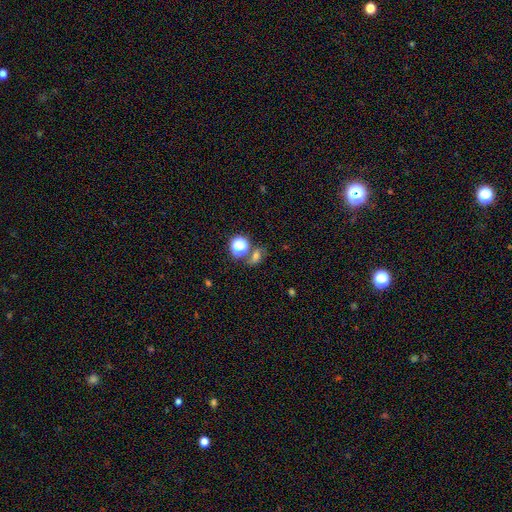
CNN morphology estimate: Smooth or featured: smooth — 60% (star or artifact — 26%)
How rounded: in between — 57% (round — 40%)
Merging: none — 59% (merger — 18%)